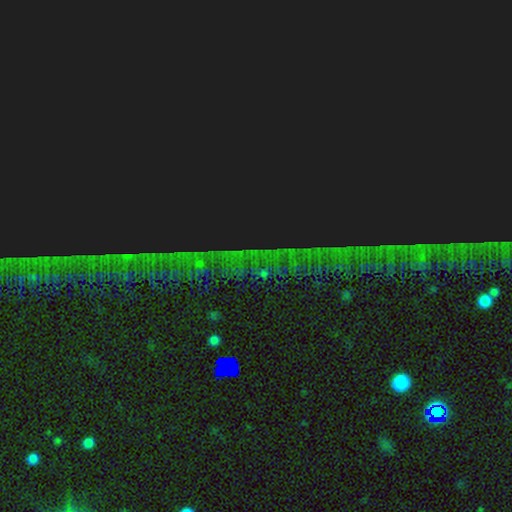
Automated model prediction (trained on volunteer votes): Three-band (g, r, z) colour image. It shows a star or artifact, not a galaxy (87%).